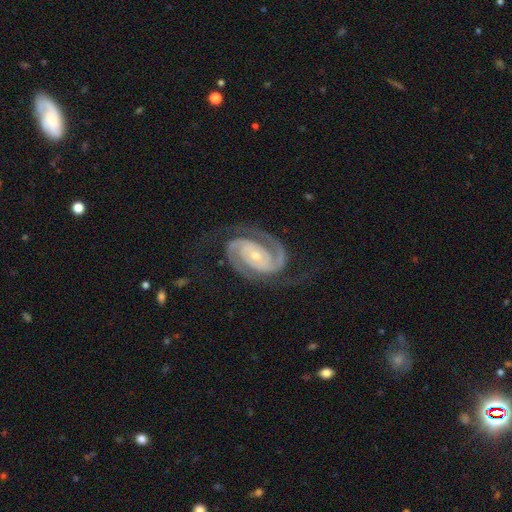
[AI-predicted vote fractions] Smooth or featured? Predicted: featured or disk (p=0.94). Edge-on disk? Predicted: no (p=0.98). Bar? Predicted: no (p=0.60). Spiral arms? Predicted: yes (p=0.99). Spiral winding? Predicted: tight (p=0.59). Spiral arm count? Predicted: 2 (p=0.92). Bulge size? Predicted: small (p=0.60). Merging? Predicted: none (p=0.77).